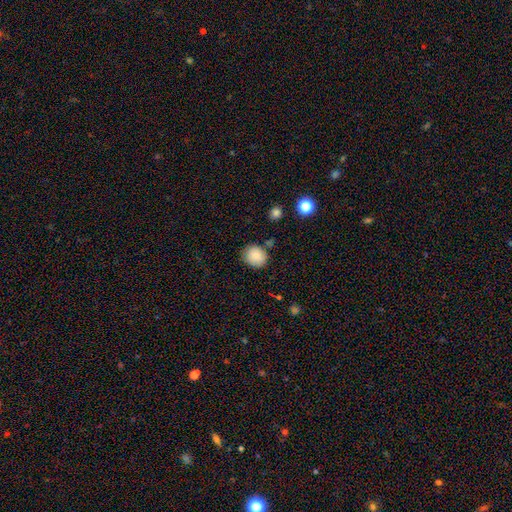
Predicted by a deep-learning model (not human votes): A smooth galaxy with no disk features (83%) that is round (77%).

Vote fractions:
- Smooth or featured? smooth: 83% / star or artifact: 9% / featured or disk: 8%
- How rounded? round: 77% / in between: 23% / cigar-shaped: 1%
- Merging? none: 77% / minor disturbance: 16% / merger: 4% / major disturbance: 3%